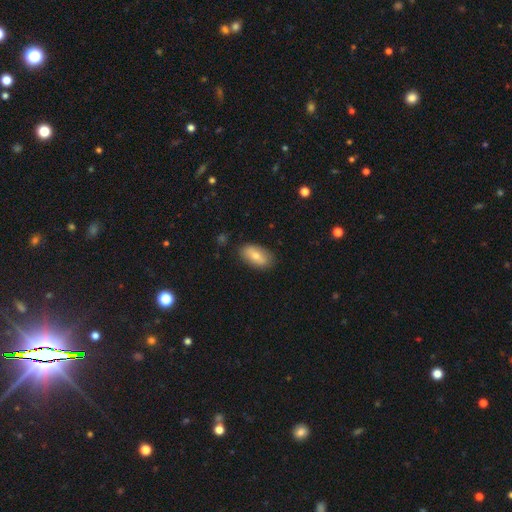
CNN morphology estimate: smooth-or-featured: smooth: 69% | featured or disk: 24% | star or artifact: 7%
  how-rounded: in between: 91% | cigar-shaped: 5% | round: 4%
  merging: none: 84% | minor disturbance: 12% | major disturbance: 3% | merger: 1%